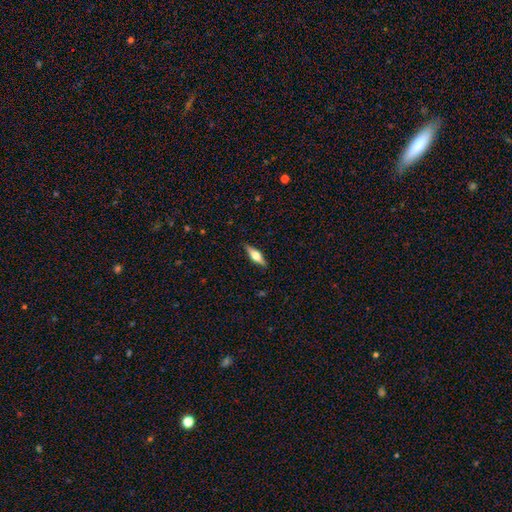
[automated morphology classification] smooth_or_featured: featured or disk (p=0.57) [alt: smooth p=0.37]
disk_edge_on: yes (p=0.96) [alt: no p=0.04]
edge_on_bulge: rounded (p=0.92) [alt: boxy p=0.06]
merging: none (p=0.88) [alt: minor disturbance p=0.09]